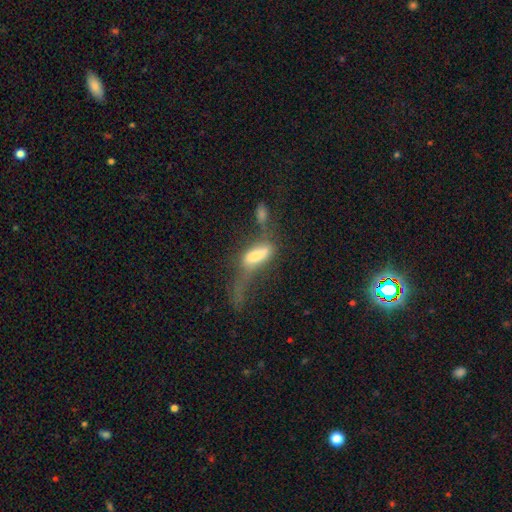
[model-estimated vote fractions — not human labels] Smooth or featured? smooth (53%)
How rounded? in between (58%)
Merging? major disturbance (44%)